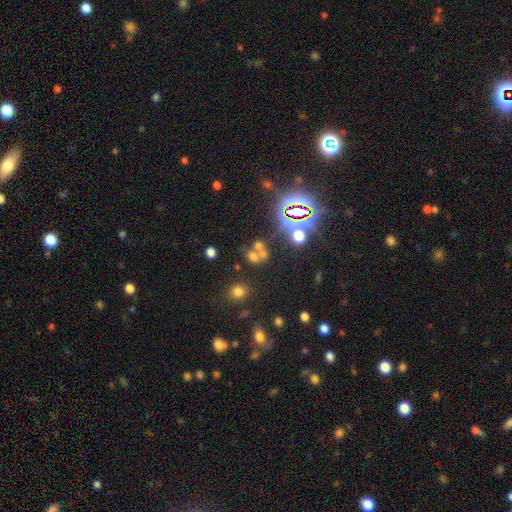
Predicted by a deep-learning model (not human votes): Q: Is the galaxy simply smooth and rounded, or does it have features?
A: smooth — 46%.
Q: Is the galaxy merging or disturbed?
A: merger — 45%.